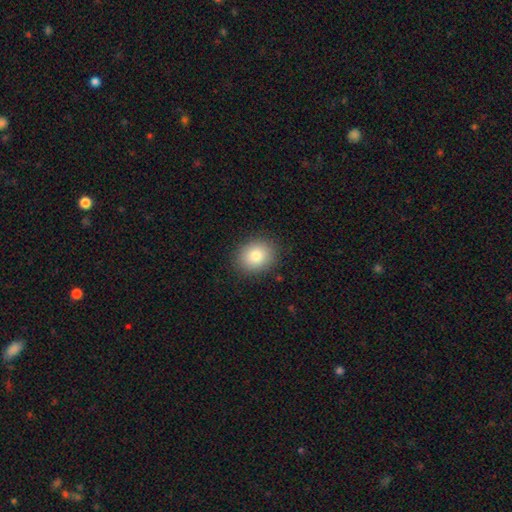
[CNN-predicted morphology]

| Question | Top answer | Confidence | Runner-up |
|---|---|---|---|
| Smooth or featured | smooth | 83% | star or artifact (9%) |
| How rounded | round | 56% | in between (43%) |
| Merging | none | 88% | minor disturbance (8%) |